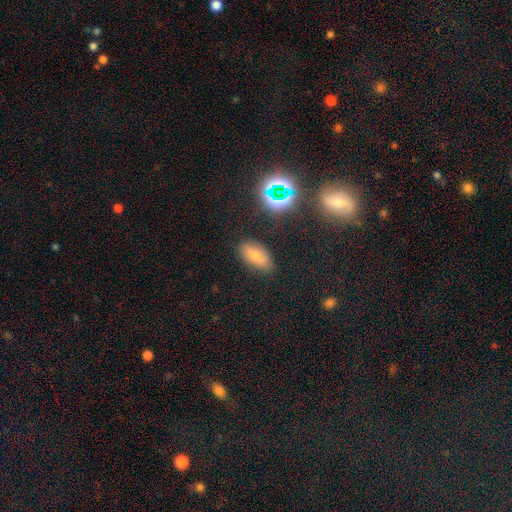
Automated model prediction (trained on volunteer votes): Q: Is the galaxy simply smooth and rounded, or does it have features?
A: smooth — 74%.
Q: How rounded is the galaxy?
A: in between — 90%.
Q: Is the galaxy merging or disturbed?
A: none — 81%.